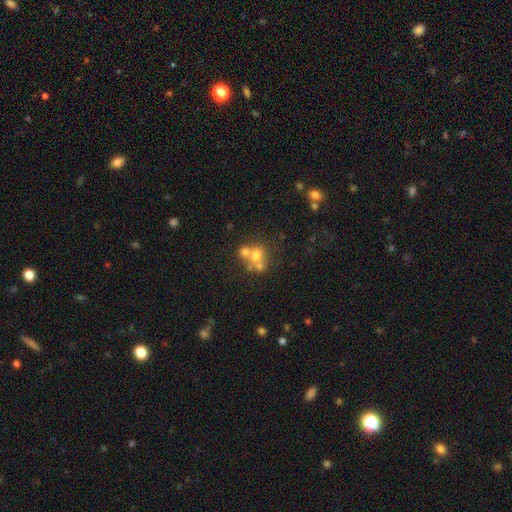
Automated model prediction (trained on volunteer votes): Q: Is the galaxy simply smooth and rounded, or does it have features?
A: smooth — 61%.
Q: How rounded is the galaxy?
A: round — 77%.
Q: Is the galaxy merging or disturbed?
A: merger — 51%.